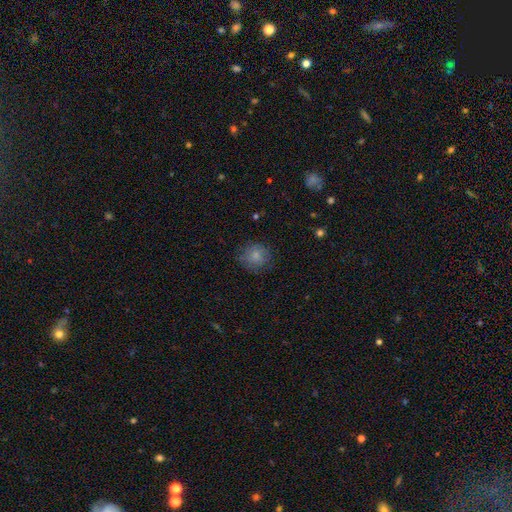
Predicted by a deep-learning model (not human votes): Q: Smooth or featured?
A: smooth (80%); runner-up: featured or disk (11%)
Q: How rounded?
A: round (86%); runner-up: in between (13%)
Q: Merging?
A: none (77%); runner-up: minor disturbance (17%)